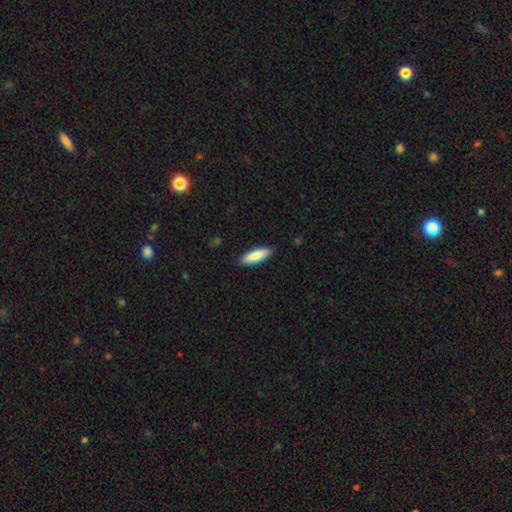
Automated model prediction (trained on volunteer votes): Q: Smooth or featured?
A: smooth (85%); runner-up: featured or disk (10%)
Q: How rounded?
A: cigar-shaped (49%); tied with: in between (49%)
Q: Merging?
A: none (88%); runner-up: minor disturbance (9%)